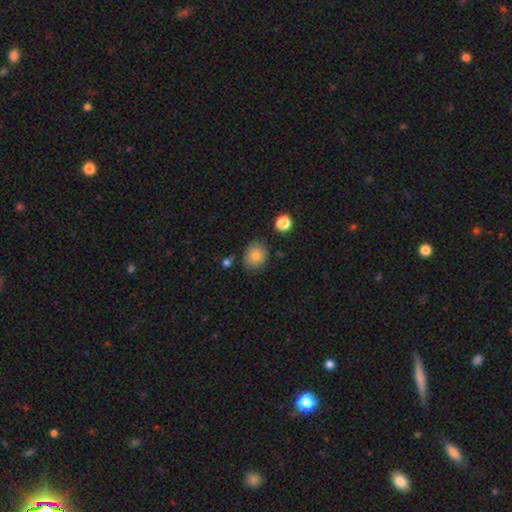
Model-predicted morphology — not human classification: A smooth galaxy with no disk features (83%) that is round (66%).

Vote fractions:
- Smooth or featured? smooth: 83% / star or artifact: 10% / featured or disk: 7%
- How rounded? round: 66% / in between: 33% / cigar-shaped: 1%
- Merging? none: 80% / minor disturbance: 14% / merger: 4% / major disturbance: 3%